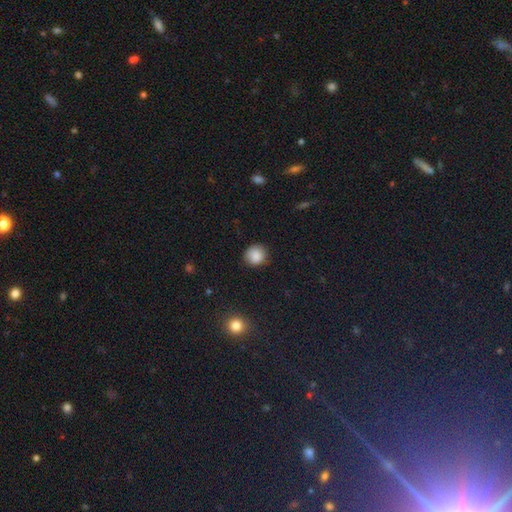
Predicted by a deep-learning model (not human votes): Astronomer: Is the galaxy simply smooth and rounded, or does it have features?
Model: smooth — 86%.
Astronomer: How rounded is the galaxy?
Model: round — 87%.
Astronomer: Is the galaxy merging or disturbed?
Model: none — 83%.